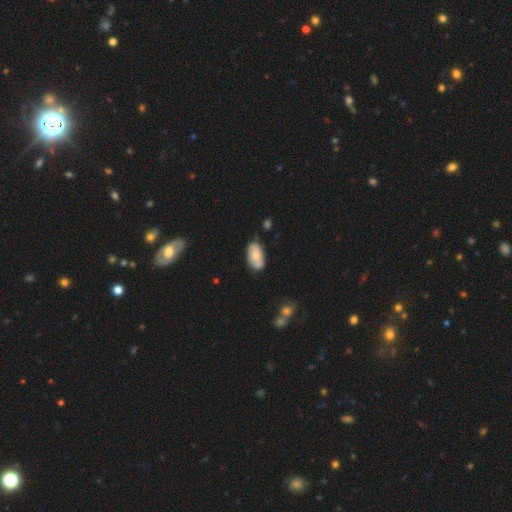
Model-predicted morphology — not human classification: The model was most divided on "smooth or featured": smooth: 69%, featured or disk: 25%, star or artifact: 7%. More confident: how rounded — in between (94%); merging — none (70%).